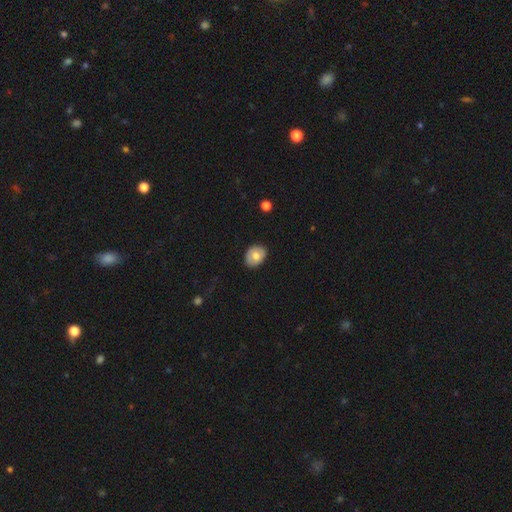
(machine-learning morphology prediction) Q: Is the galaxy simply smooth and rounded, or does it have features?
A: smooth — 69%.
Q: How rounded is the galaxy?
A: in between — 62%.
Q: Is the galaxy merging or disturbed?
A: none — 85%.